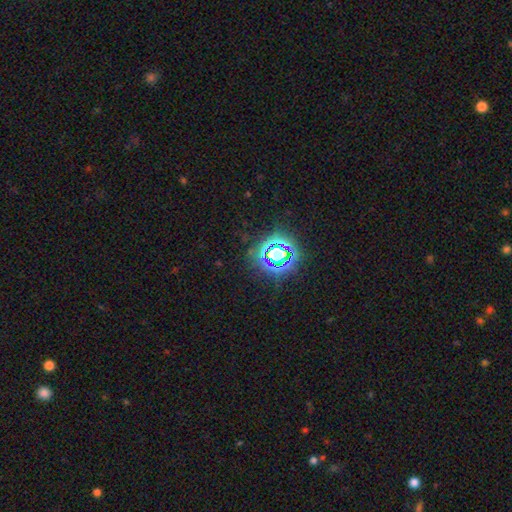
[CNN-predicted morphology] type=star or artifact (78%).